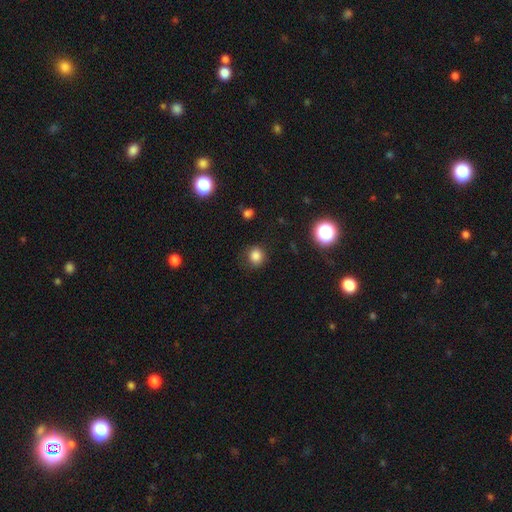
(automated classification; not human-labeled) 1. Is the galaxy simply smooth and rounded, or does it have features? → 82% smooth, 14% star or artifact, 4% featured or disk.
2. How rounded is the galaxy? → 82% round, 17% in between, 1% cigar-shaped.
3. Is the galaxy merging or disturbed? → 84% none, 11% minor disturbance, 4% major disturbance, 1% merger.